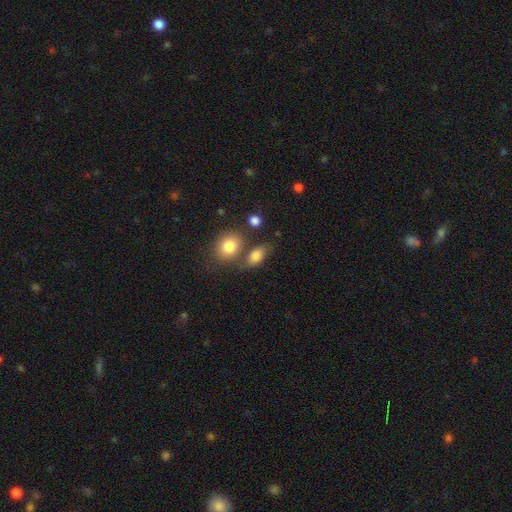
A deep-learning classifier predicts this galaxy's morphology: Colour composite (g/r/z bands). It shows a smooth galaxy with no disk features (80%) that is in between round and cigar-shaped (79%). Merging: none (56%).